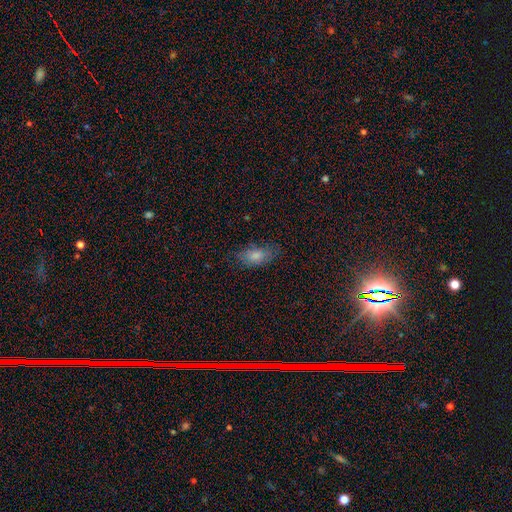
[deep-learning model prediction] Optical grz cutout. It shows a smooth galaxy with no disk features (77%) that is in between round and cigar-shaped (89%). Merging: none (72%).